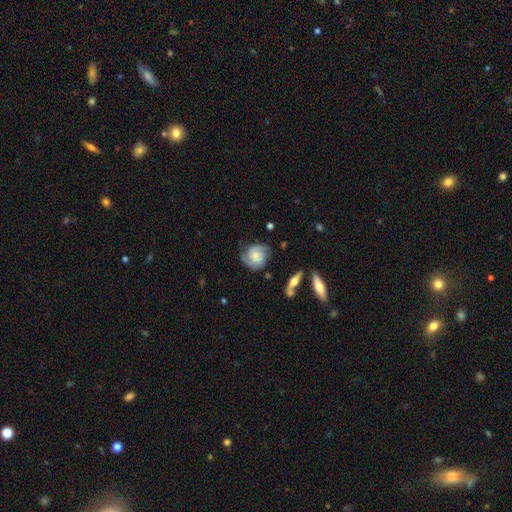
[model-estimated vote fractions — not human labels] Q: Smooth or featured?
A: featured or disk (76%); runner-up: smooth (18%)
Q: Edge-on disk?
A: no (97%); runner-up: yes (3%)
Q: Bar?
A: no (70%); runner-up: weak (25%)
Q: Spiral arms?
A: yes (95%); runner-up: no (5%)
Q: Spiral winding?
A: tight (48%); runner-up: medium (39%)
Q: Spiral arm count?
A: 2 (71%); runner-up: 3 (10%)
Q: Bulge size?
A: small (43%); runner-up: moderate (37%)
Q: Merging?
A: none (69%); runner-up: minor disturbance (21%)